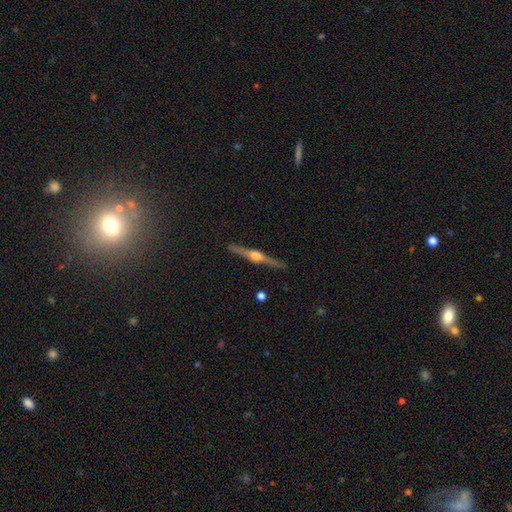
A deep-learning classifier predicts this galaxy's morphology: A featured or disk galaxy (84%) viewed edge-on (99%) with a rounded central bulge (94%).

Vote fractions:
- Smooth or featured? featured or disk: 84% / smooth: 10% / star or artifact: 5%
- Edge-on disk? yes: 99% / no: 1%
- Edge-on bulge? rounded: 94% / boxy: 4% / none: 2%
- Merging? none: 91% / minor disturbance: 6% / major disturbance: 1% / merger: 1%